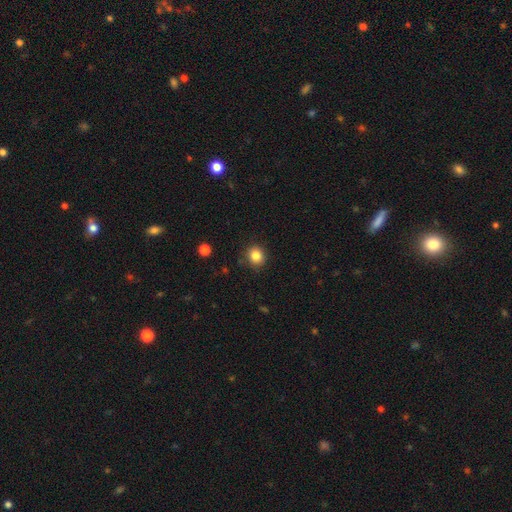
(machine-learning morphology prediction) type=smooth (84%); roundness=round (85%); merging=none (88%).